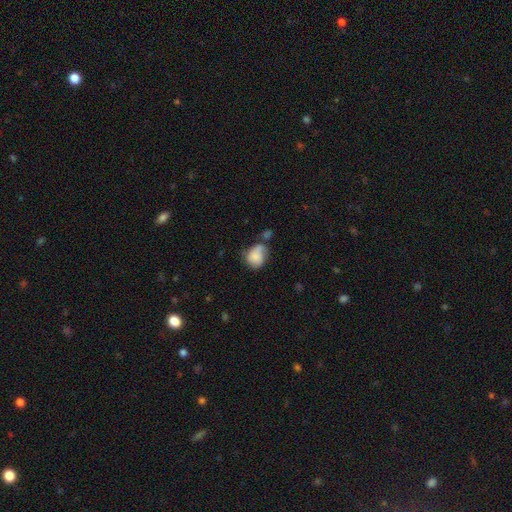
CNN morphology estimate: This is likely a smooth galaxy (73%). How rounded: possibly round (53%). Merging: marginally none (33%).